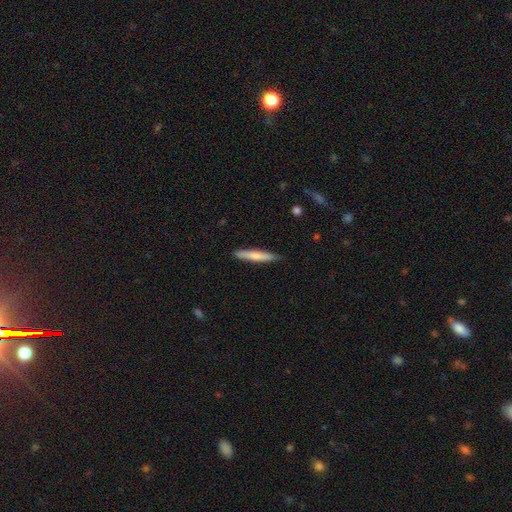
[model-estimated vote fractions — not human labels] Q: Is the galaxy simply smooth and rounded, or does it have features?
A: smooth — 69%.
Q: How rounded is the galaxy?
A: cigar-shaped — 94%.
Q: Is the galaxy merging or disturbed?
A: none — 87%.